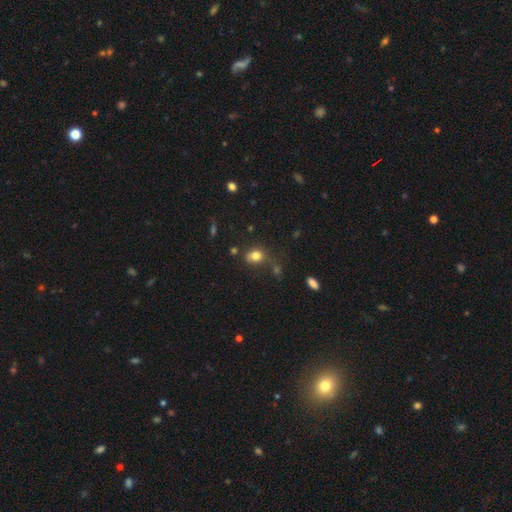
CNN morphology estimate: A smooth galaxy with no disk features (79%) that is round (54%). Merging: none (60%).